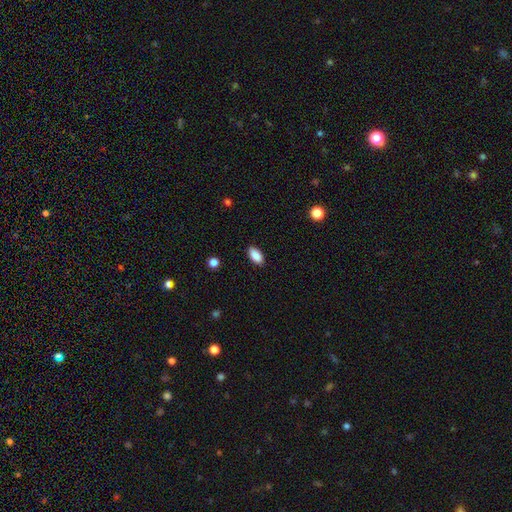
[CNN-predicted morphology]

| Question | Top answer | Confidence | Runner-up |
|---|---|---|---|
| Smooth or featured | smooth | 89% | star or artifact (7%) |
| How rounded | in between | 92% | cigar-shaped (5%) |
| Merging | none | 88% | minor disturbance (9%) |